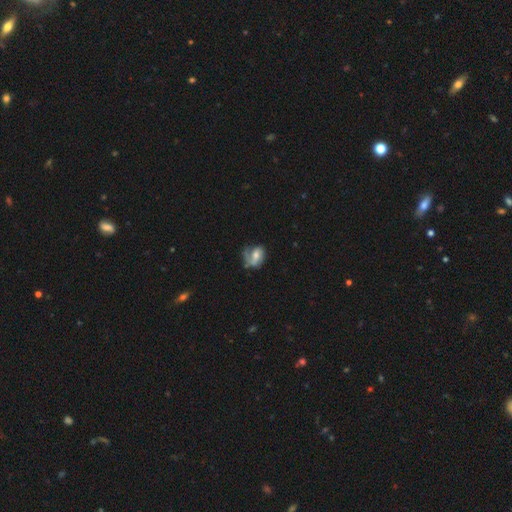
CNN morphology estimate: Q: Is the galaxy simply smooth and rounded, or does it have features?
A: featured or disk — 59%.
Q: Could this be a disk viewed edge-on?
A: no — 97%.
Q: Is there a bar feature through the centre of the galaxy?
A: no — 47%.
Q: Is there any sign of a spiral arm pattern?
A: yes — 78%.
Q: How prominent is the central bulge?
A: moderate — 55%.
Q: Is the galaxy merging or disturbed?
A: none — 40%.